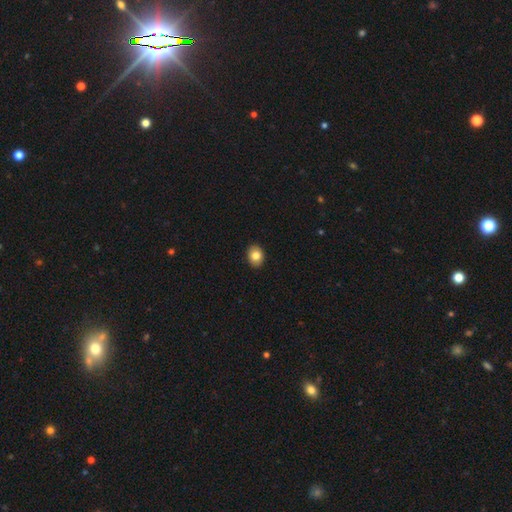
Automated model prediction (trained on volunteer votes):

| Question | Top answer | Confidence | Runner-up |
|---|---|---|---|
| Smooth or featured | smooth | 83% | star or artifact (9%) |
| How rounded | in between | 56% | round (43%) |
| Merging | none | 91% | minor disturbance (6%) |